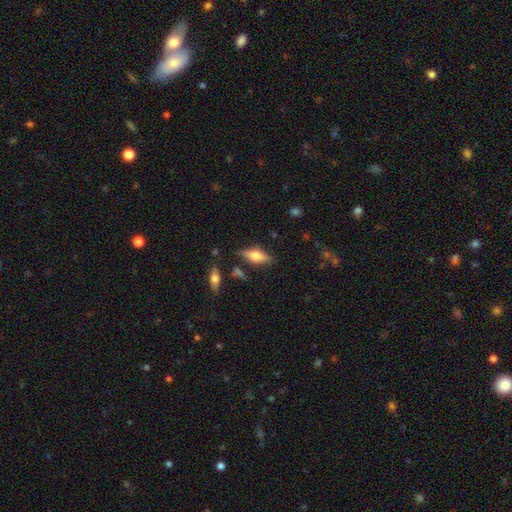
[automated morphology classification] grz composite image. It shows a featured or disk galaxy (49%). Merging: none (78%).